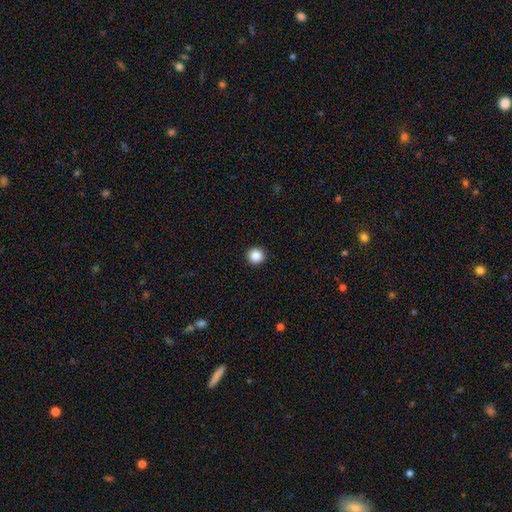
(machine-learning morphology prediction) type=smooth (86%); roundness=round (96%); merging=none (94%).